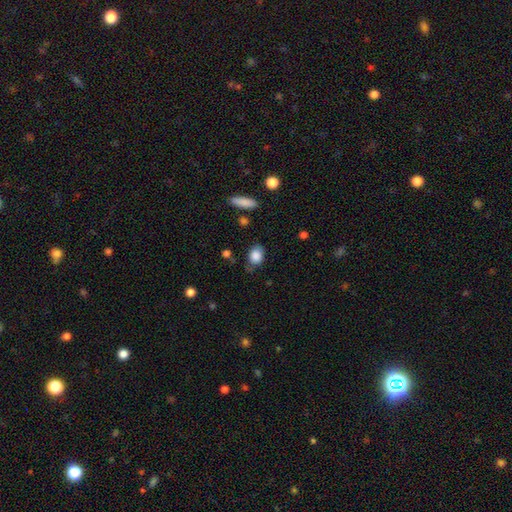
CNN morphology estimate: The model was most divided on "how rounded": in between: 66%, round: 32%, cigar-shaped: 2%. More confident: smooth or featured — smooth (86%); merging — none (70%).